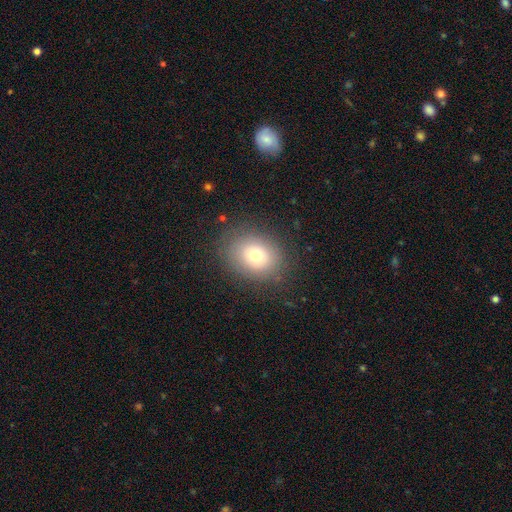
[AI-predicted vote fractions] The model was most divided on "how rounded": round: 51%, in between: 48%, cigar-shaped: 1%. More confident: merging — none (83%); smooth or featured — smooth (74%).